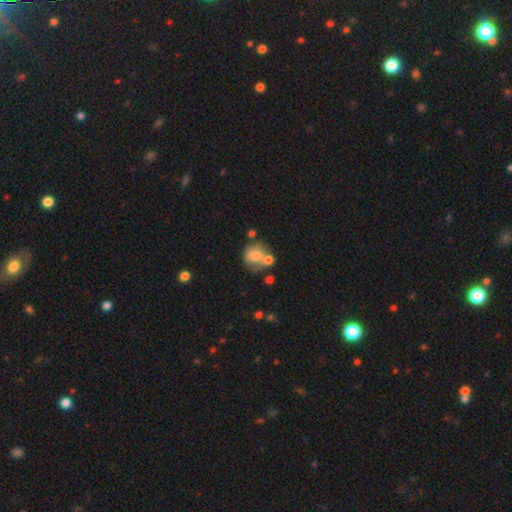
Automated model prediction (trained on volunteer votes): smooth_or_featured: smooth (p=0.63) [alt: featured or disk p=0.27]
how_rounded: round (p=0.66) [alt: in between p=0.33]
merging: none (p=0.34) [alt: merger p=0.31]